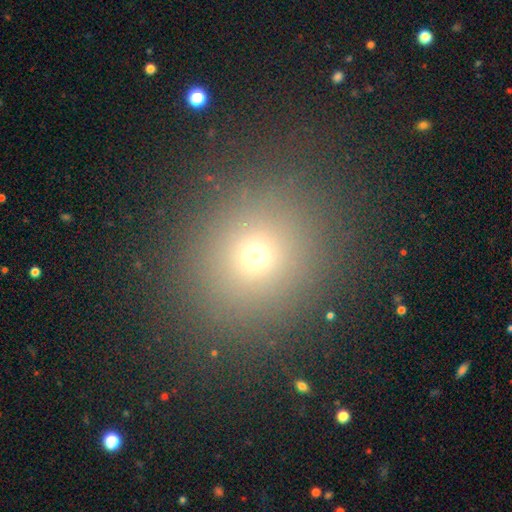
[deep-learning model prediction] Smooth or featured? smooth (66%)
How rounded? round (85%)
Merging? none (88%)